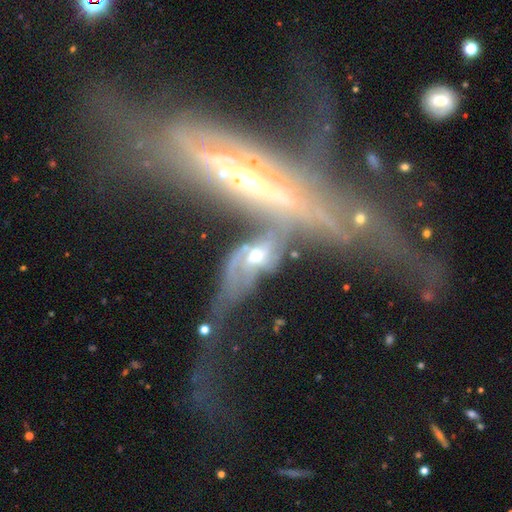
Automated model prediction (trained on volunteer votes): The model was most divided on "edge-on disk": no: 68%, yes: 32%. More confident: smooth or featured — featured or disk (73%); merging — merger (61%).